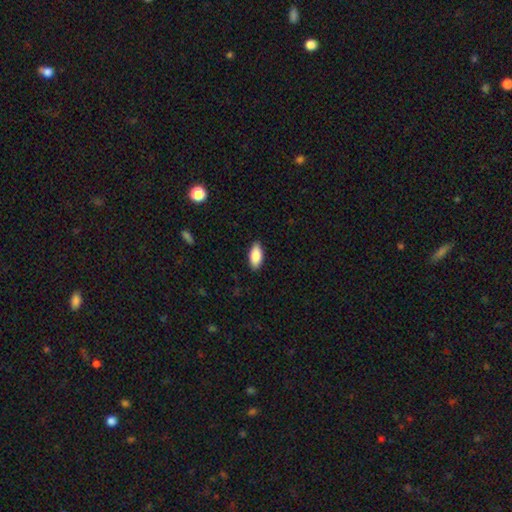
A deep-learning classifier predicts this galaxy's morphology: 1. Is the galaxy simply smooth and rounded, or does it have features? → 88% smooth, 6% featured or disk, 6% star or artifact.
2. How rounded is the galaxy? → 90% in between, 8% cigar-shaped, 2% round.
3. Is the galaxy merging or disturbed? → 88% none, 10% minor disturbance, 2% major disturbance, 1% merger.